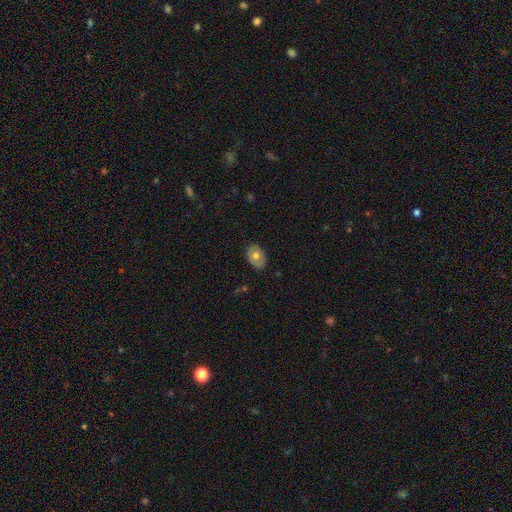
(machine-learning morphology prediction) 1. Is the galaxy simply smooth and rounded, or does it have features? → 62% smooth, 31% featured or disk, 7% star or artifact.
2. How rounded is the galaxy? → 80% in between, 19% round, 1% cigar-shaped.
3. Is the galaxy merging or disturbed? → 84% none, 13% minor disturbance, 2% major disturbance, 1% merger.